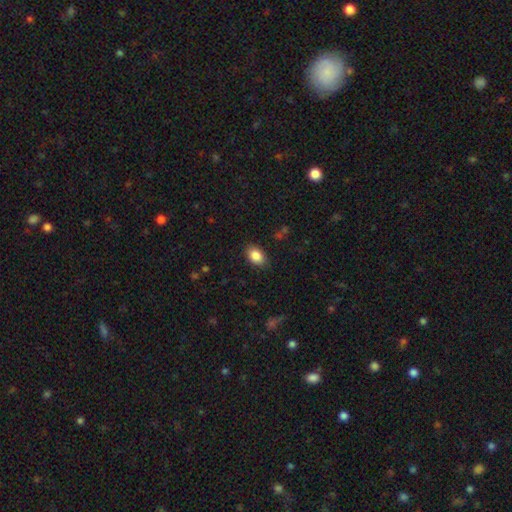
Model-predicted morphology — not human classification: This appears to be a smooth galaxy with no disk features (87%) that is in between round and cigar-shaped (84%). Merging: none (86%).